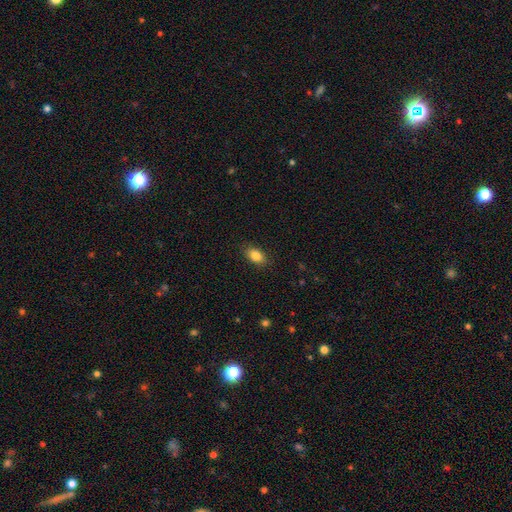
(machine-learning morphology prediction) The model was most divided on "how rounded": in between: 87%, round: 10%, cigar-shaped: 3%. More confident: merging — none (87%); smooth or featured — smooth (85%).